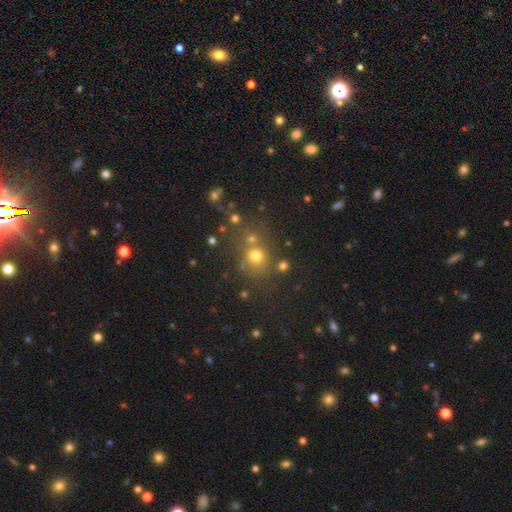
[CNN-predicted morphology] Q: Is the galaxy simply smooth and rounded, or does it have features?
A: smooth — 66%.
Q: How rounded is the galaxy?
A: round — 76%.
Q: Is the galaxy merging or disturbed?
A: none — 58%.